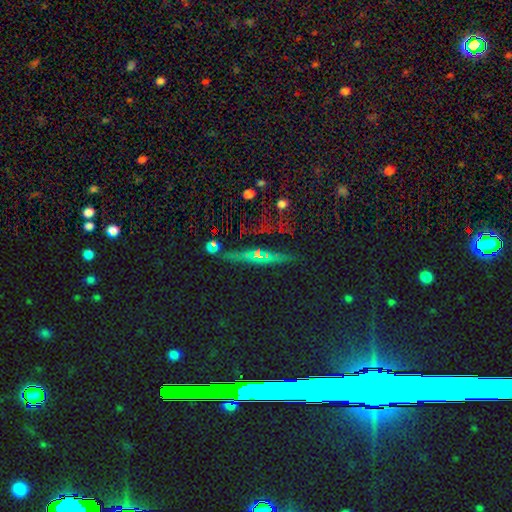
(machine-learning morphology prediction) smooth-or-featured: star or artifact: 50% | featured or disk: 27% | smooth: 23%